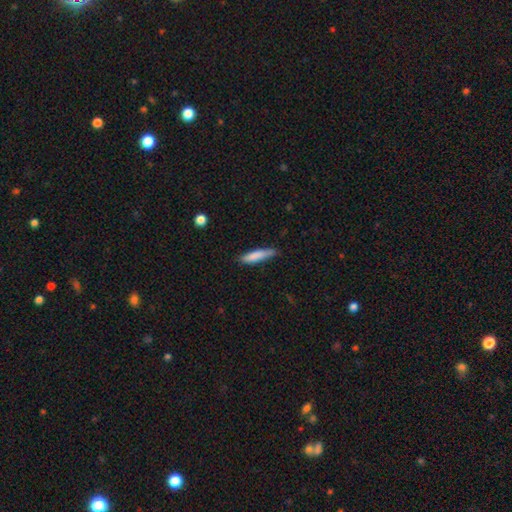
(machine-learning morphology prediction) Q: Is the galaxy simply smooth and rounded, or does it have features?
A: smooth — 81%.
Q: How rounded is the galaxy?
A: cigar-shaped — 81%.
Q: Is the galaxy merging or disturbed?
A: none — 73%.